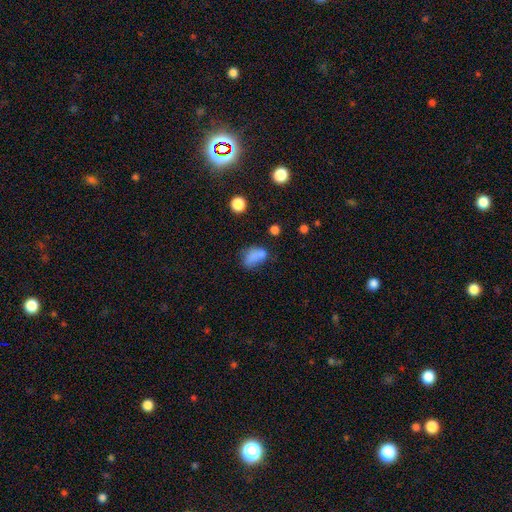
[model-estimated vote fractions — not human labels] Q: Smooth or featured?
A: smooth (76%); runner-up: star or artifact (13%)
Q: How rounded?
A: in between (86%); runner-up: round (10%)
Q: Merging?
A: none (40%); runner-up: minor disturbance (31%)